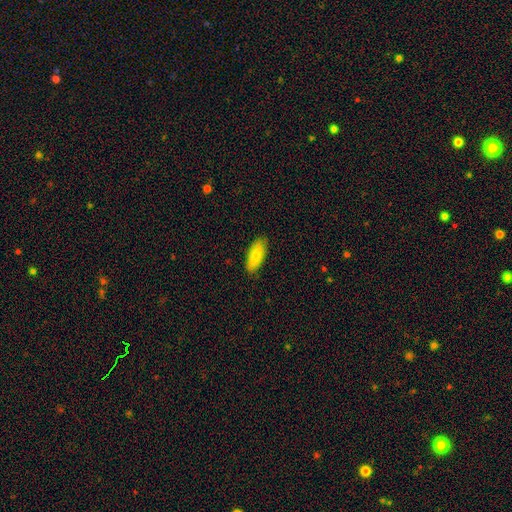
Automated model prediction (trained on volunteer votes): A smooth galaxy with no disk features (82%) that is in between round and cigar-shaped (83%).

Vote fractions:
- Smooth or featured? smooth: 82% / featured or disk: 12% / star or artifact: 6%
- How rounded? in between: 83% / cigar-shaped: 15% / round: 2%
- Merging? none: 86% / minor disturbance: 11% / major disturbance: 2% / merger: 1%